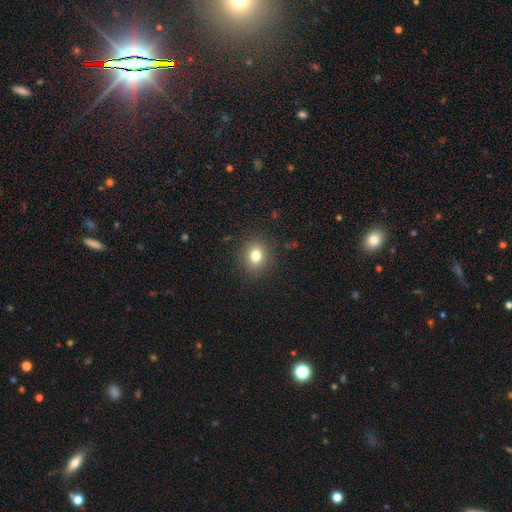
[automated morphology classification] Smooth or featured? Predicted: smooth (p=0.80). How rounded? Predicted: round (p=0.69). Merging? Predicted: none (p=0.88).